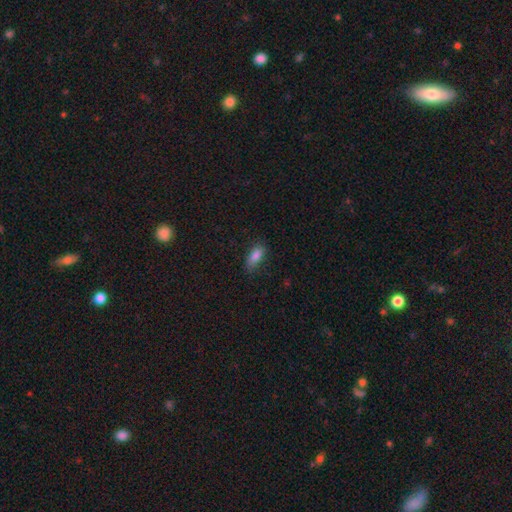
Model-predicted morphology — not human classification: The model was most divided on "merging": none: 72%, minor disturbance: 21%, major disturbance: 5%, merger: 1%. More confident: smooth or featured — smooth (84%); how rounded — in between (81%).